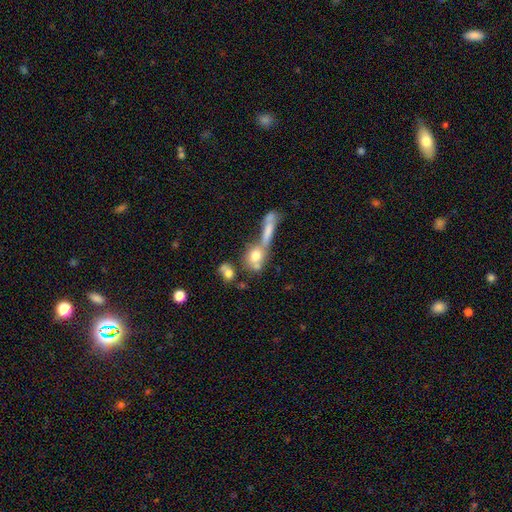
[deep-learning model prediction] This appears to be a smooth galaxy with no disk features (67%) that is round (51%). Merging: merger (51%).